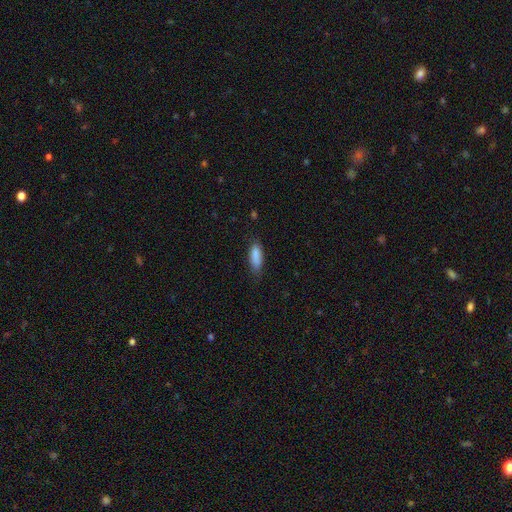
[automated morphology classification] The model was most divided on "how rounded": in between: 61%, cigar-shaped: 37%, round: 2%. More confident: smooth or featured — smooth (87%); merging — none (76%).